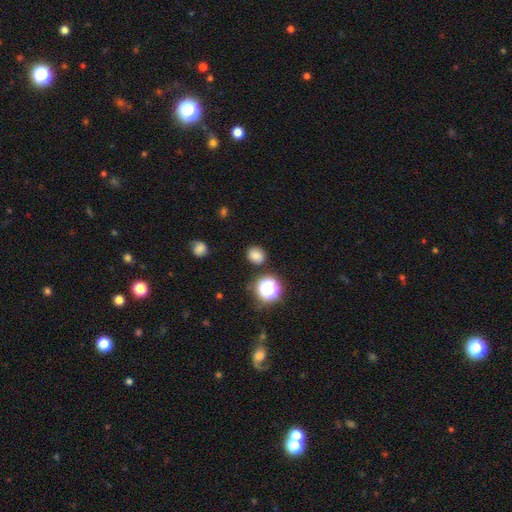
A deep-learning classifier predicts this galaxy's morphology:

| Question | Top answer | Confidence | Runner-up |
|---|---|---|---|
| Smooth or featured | smooth | 78% | star or artifact (17%) |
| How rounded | round | 63% | in between (36%) |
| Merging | none | 85% | minor disturbance (9%) |